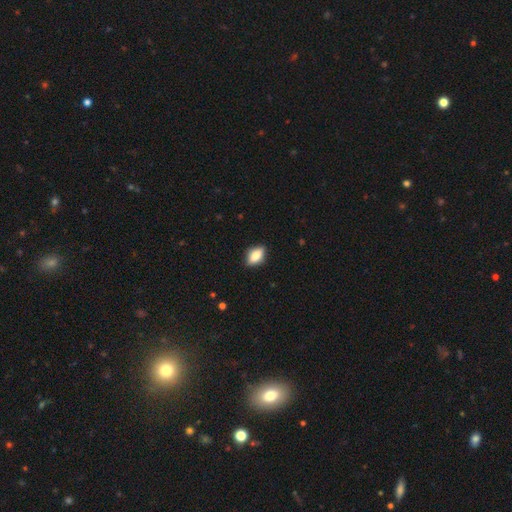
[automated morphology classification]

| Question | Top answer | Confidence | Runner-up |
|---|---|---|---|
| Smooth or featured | smooth | 75% | featured or disk (17%) |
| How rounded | in between | 84% | round (9%) |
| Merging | none | 84% | minor disturbance (13%) |